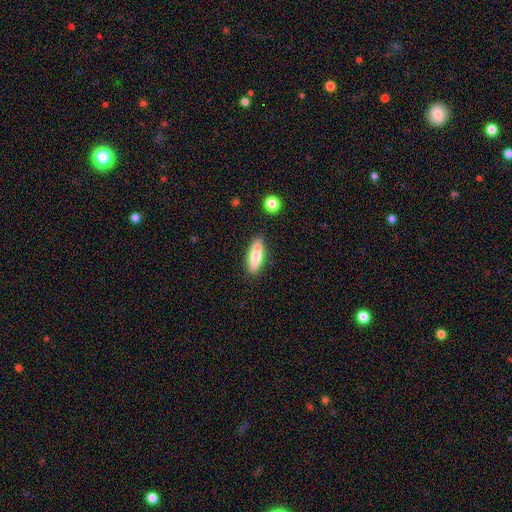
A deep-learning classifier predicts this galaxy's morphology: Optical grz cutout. It shows a smooth galaxy with no disk features (75%) that is cigar-shaped (51%). Merging: none (85%).